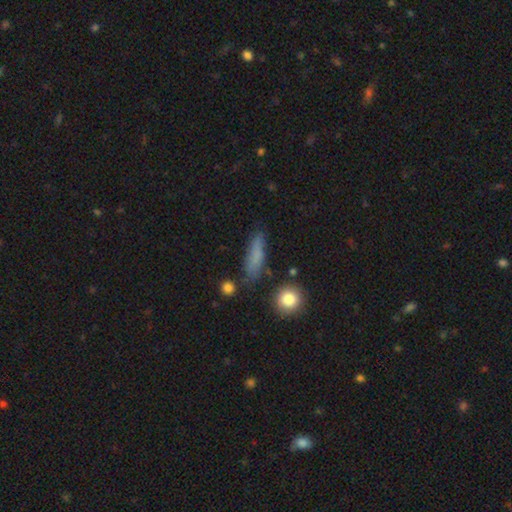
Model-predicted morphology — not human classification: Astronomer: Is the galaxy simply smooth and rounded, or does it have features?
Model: smooth — 73%.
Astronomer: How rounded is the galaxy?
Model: cigar-shaped — 68%.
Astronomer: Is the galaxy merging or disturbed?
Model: none — 74%.